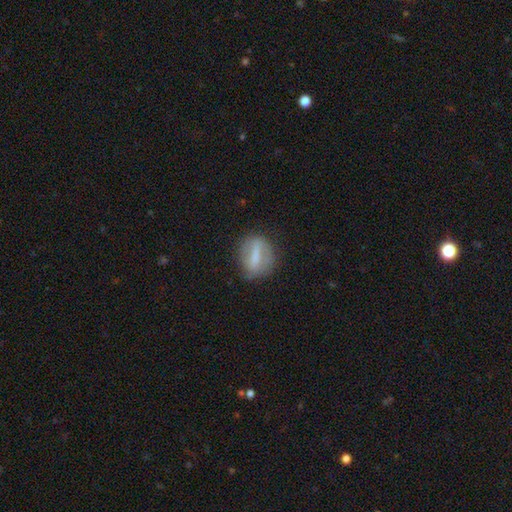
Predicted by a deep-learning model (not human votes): This appears to be a featured or disk galaxy (46%). Merging: none (74%).